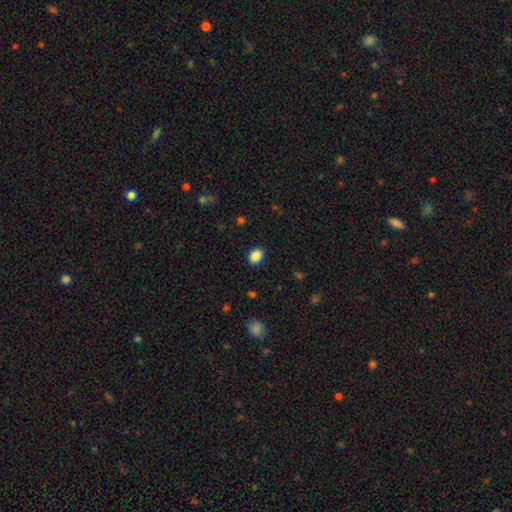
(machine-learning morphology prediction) Smooth or featured? Predicted: smooth (p=0.88). How rounded? Predicted: in between (p=0.62). Merging? Predicted: none (p=0.89).